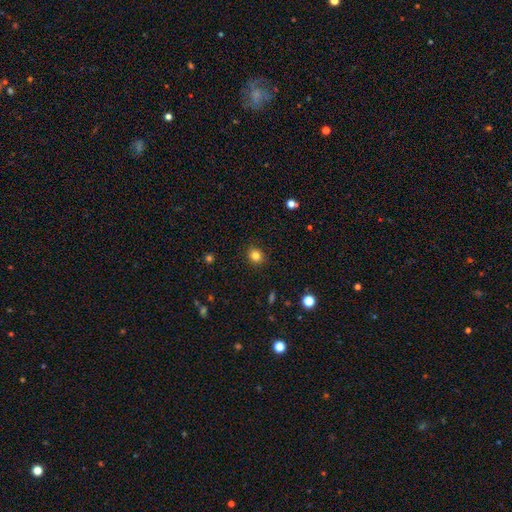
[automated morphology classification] Q: Smooth or featured?
A: smooth (82%); runner-up: star or artifact (12%)
Q: How rounded?
A: round (77%); runner-up: in between (22%)
Q: Merging?
A: none (89%); runner-up: minor disturbance (8%)